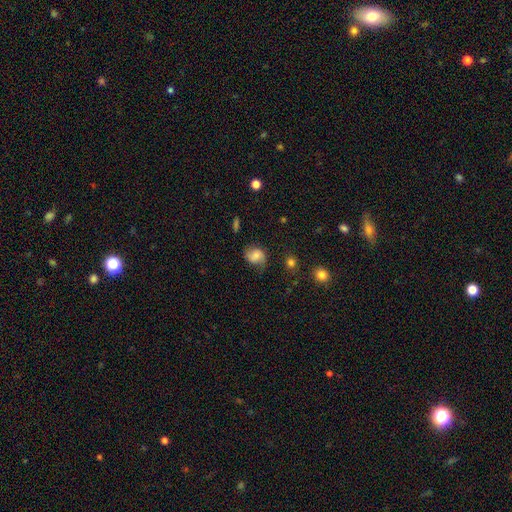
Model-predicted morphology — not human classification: smooth_or_featured: smooth (p=0.51) [alt: featured or disk p=0.40]
how_rounded: round (p=0.54) [alt: in between p=0.44]
merging: none (p=0.60) [alt: minor disturbance p=0.27]